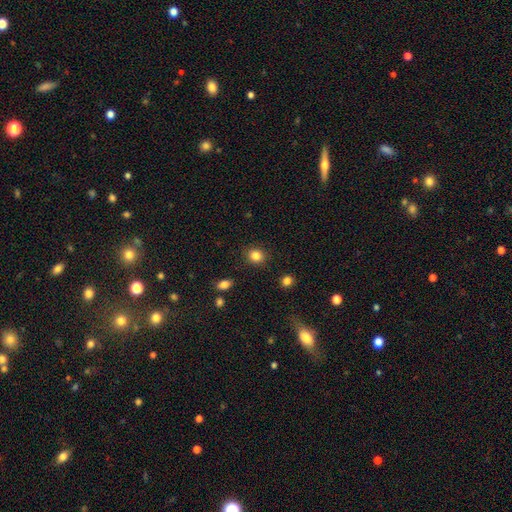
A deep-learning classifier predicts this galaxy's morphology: Q: Smooth or featured?
A: smooth (85%); runner-up: star or artifact (11%)
Q: How rounded?
A: round (76%); runner-up: in between (23%)
Q: Merging?
A: none (88%); runner-up: minor disturbance (8%)